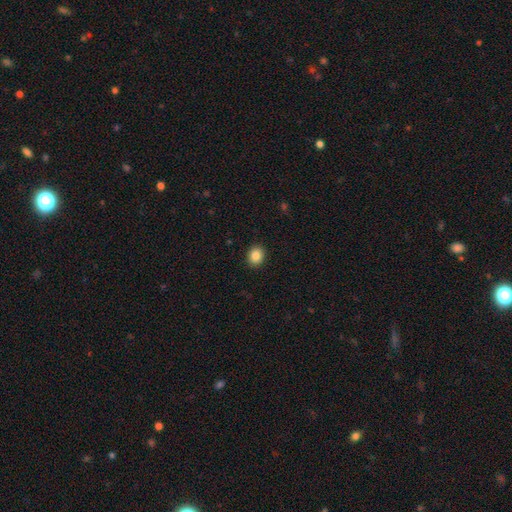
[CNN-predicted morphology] smooth 86%, star or artifact 9%, featured or disk 4%. Down the decision tree: how rounded — round (57%); merging — none (91%).